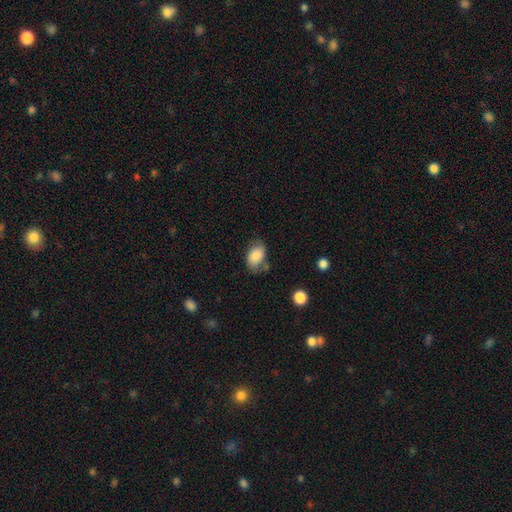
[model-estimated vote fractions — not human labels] smooth_or_featured: smooth (p=0.82) [alt: featured or disk p=0.10]
how_rounded: in between (p=0.88) [alt: round p=0.11]
merging: none (p=0.63) [alt: minor disturbance p=0.24]